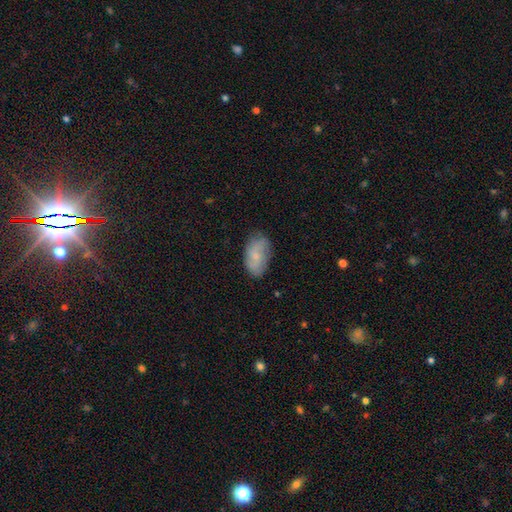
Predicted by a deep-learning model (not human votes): Morphology: type=smooth (62%); roundness=in between (93%); merging=none (73%).